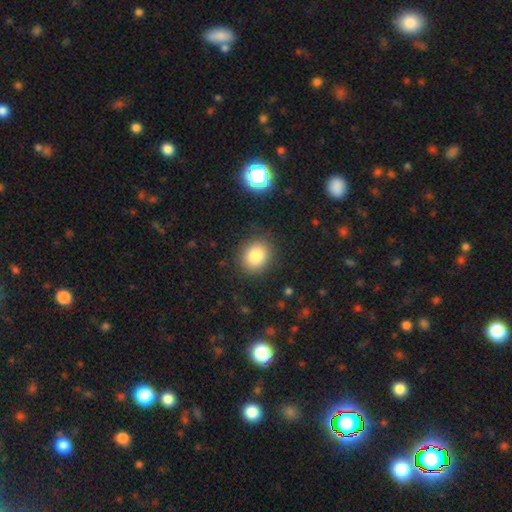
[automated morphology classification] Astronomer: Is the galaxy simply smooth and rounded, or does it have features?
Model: smooth — 82%.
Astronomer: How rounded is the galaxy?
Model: round — 72%.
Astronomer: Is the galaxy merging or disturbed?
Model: none — 88%.